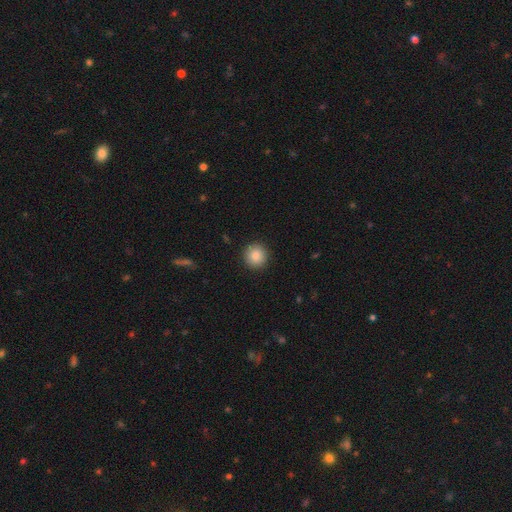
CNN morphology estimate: Smooth or featured? Predicted: smooth (p=0.85). How rounded? Predicted: round (p=0.94). Merging? Predicted: none (p=0.92).